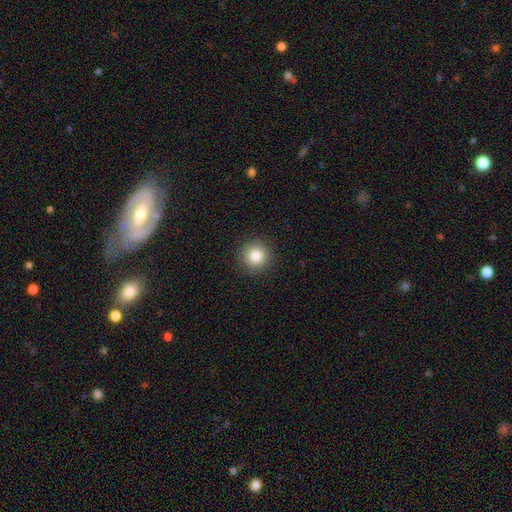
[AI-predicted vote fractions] smooth 83%, star or artifact 11%, featured or disk 6%. Down the decision tree: how rounded — round (94%); merging — none (91%).